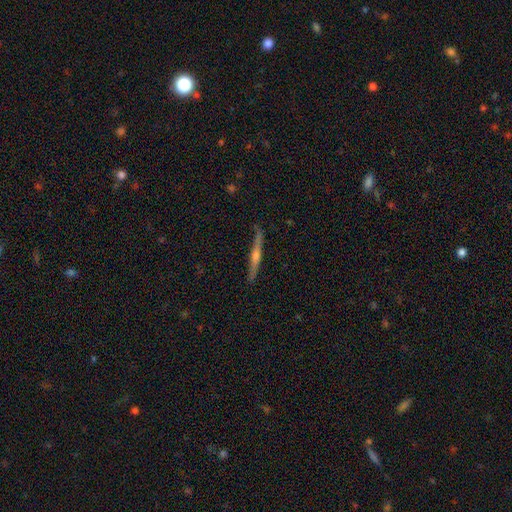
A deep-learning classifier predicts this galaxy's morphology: Smooth or featured? Predicted: featured or disk (p=0.79). Edge-on disk? Predicted: yes (p=0.98). Edge-on bulge? Predicted: rounded (p=0.84). Merging? Predicted: none (p=0.91).